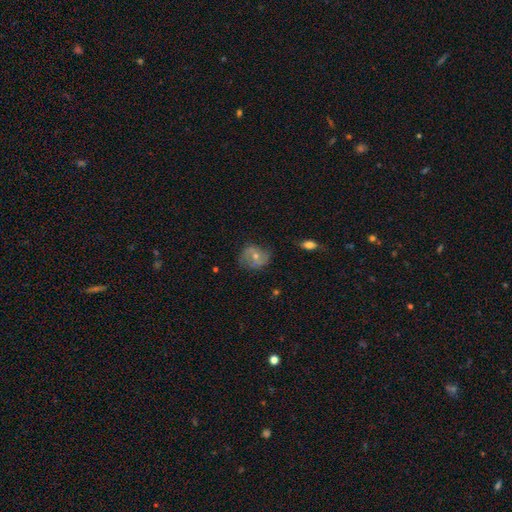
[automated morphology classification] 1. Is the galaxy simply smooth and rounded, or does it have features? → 57% featured or disk, 30% smooth, 14% star or artifact.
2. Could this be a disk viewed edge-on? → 95% no, 5% yes.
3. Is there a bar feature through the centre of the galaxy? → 66% no, 27% weak, 7% strong.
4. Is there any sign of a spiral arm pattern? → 76% yes, 24% no.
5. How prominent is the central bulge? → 48% moderate, 47% small, 2% none, 2% large, 1% dominant.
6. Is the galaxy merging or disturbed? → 70% none, 21% minor disturbance, 7% major disturbance, 2% merger.